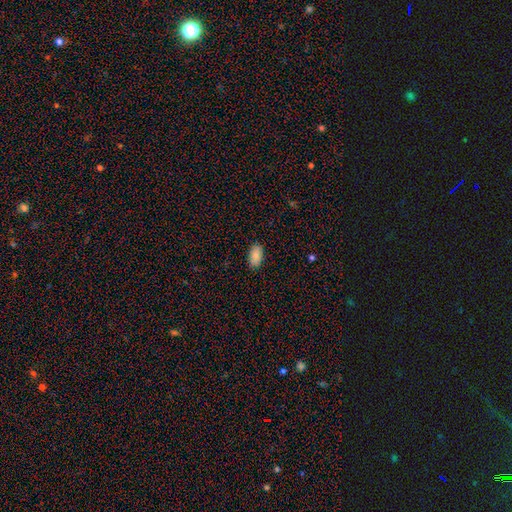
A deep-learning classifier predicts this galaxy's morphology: The model was most divided on "merging": none: 88%, minor disturbance: 9%, major disturbance: 2%, merger: 1%. More confident: how rounded — in between (94%); smooth or featured — smooth (88%).